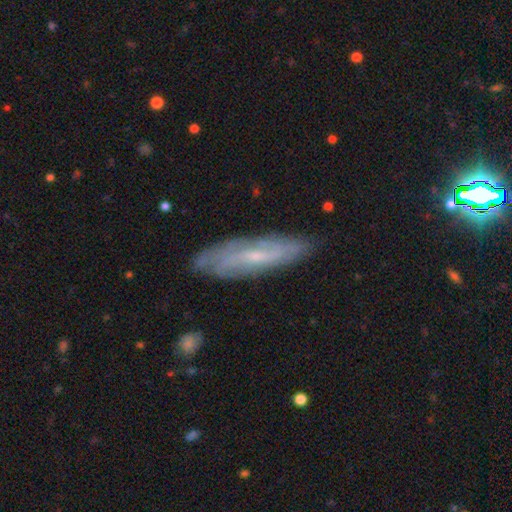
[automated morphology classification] smooth-or-featured: featured or disk: 65% | smooth: 27% | star or artifact: 8%
  disk-edge-on: no: 66% | yes: 34%
  merging: none: 80% | minor disturbance: 15% | major disturbance: 4% | merger: 1%